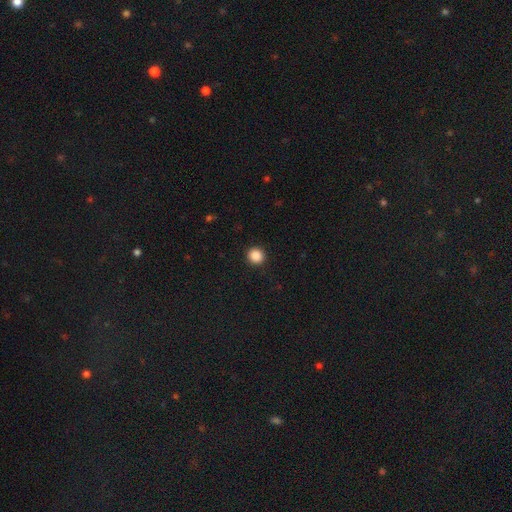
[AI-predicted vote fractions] This appears to be a smooth galaxy with no disk features (88%) that is round (91%). Merging: none (93%).